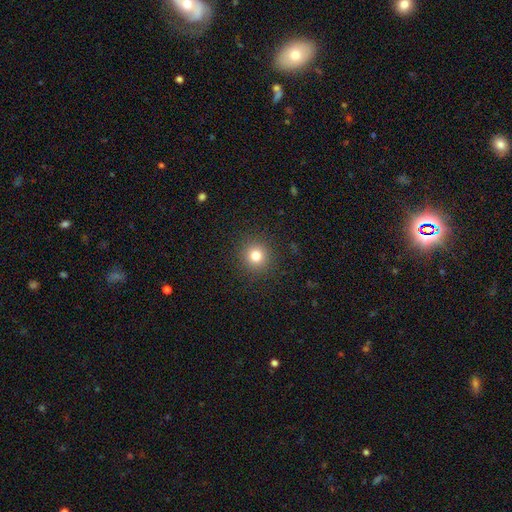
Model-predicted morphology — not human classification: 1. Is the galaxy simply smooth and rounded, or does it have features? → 80% smooth, 14% star or artifact, 7% featured or disk.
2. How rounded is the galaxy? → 94% round, 5% in between, 1% cigar-shaped.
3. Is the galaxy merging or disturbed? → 91% none, 6% minor disturbance, 2% major disturbance, 1% merger.